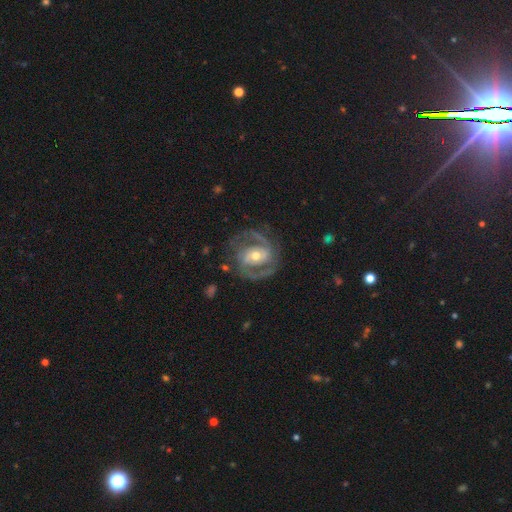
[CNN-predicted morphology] Smooth or featured? featured or disk (89%)
Edge-on disk? no (97%)
Bar? weak (39%)
Spiral arms? yes (95%)
Spiral winding? medium (55%)
Spiral arm count? 2 (87%)
Bulge size? moderate (66%)
Merging? none (75%)